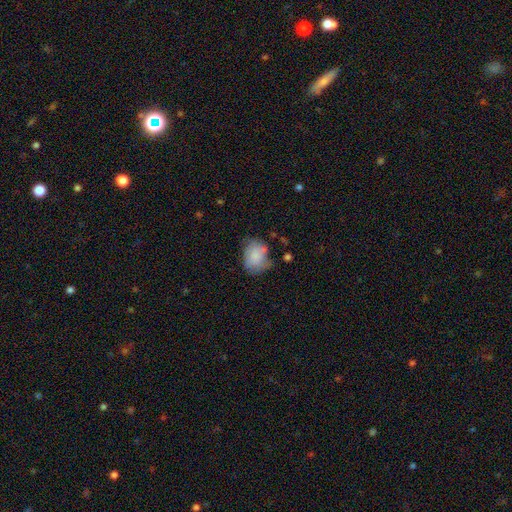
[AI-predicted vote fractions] A smooth galaxy with no disk features (79%) that is in between round and cigar-shaped (56%). Merging: none (49%).